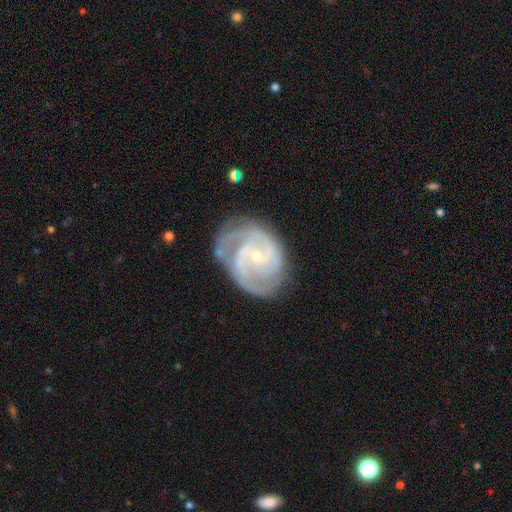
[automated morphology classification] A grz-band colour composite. It shows a featured or disk galaxy (89%) with no bar (52%), 2 (52%) tight (51%) spiral arms (98%) and a small central bulge (81%). Merging: none (68%).